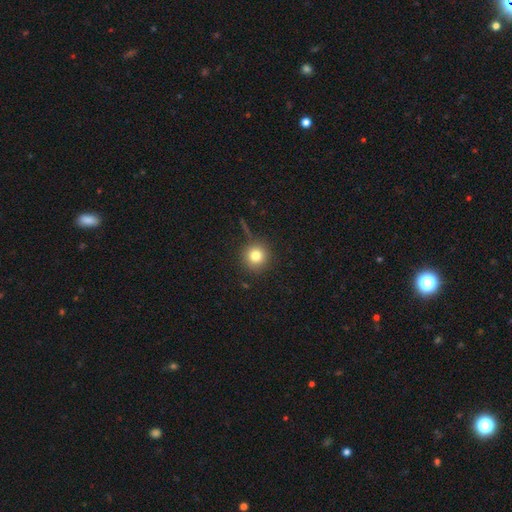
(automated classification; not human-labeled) Q: Smooth or featured?
A: smooth (80%); runner-up: star or artifact (12%)
Q: How rounded?
A: round (95%); runner-up: in between (5%)
Q: Merging?
A: none (86%); runner-up: minor disturbance (8%)